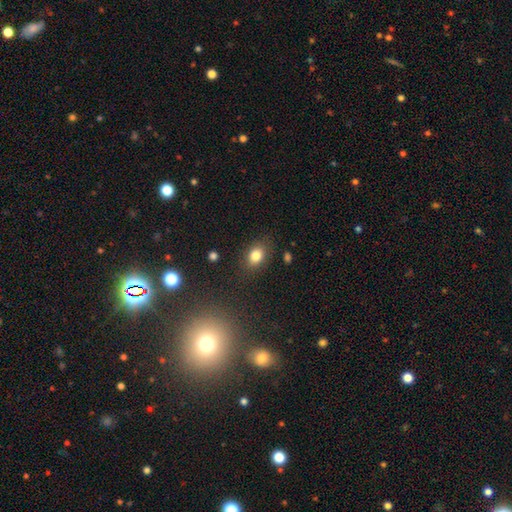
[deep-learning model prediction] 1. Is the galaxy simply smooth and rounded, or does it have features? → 81% smooth, 10% star or artifact, 8% featured or disk.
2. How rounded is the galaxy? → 68% in between, 31% round, 1% cigar-shaped.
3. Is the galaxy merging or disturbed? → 82% none, 13% minor disturbance, 4% major disturbance, 2% merger.